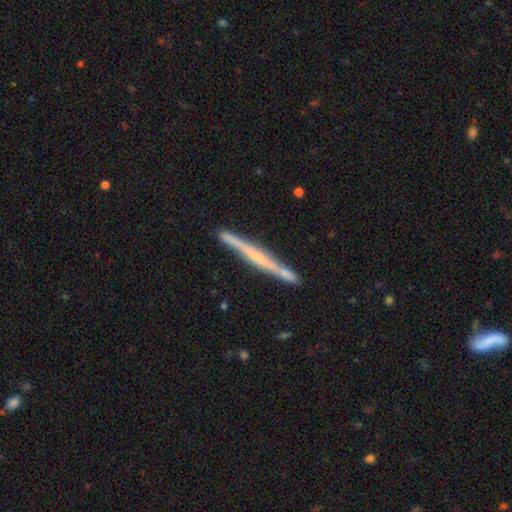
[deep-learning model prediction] Smooth or featured: featured or disk — 68% (smooth — 27%)
Edge-on disk: yes — 97% (no — 3%)
Edge-on bulge: none — 54% (rounded — 29%)
Merging: none — 85% (minor disturbance — 10%)